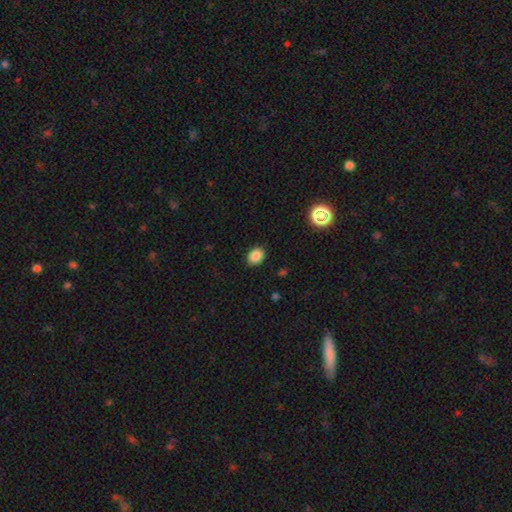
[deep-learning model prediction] A smooth galaxy with no disk features (86%) that is in between round and cigar-shaped (57%). Merging: none (87%).